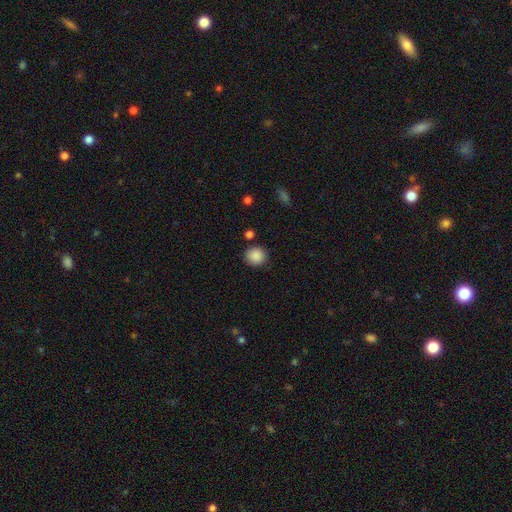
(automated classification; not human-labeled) Morphology: type=smooth (89%); roundness=round (89%); merging=none (87%).